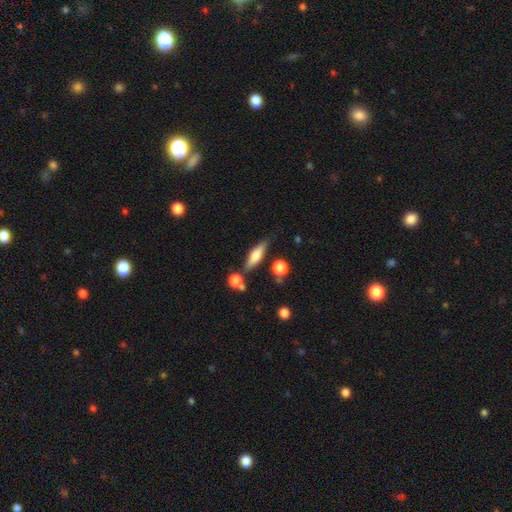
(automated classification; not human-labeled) Smooth or featured?
  - smooth: 54% *
  - featured or disk: 39%
  - star or artifact: 8%
How rounded?
  - cigar-shaped: 57% *
  - in between: 39%
  - round: 4%
Merging?
  - none: 72% *
  - minor disturbance: 14%
  - merger: 9%
  - major disturbance: 4%